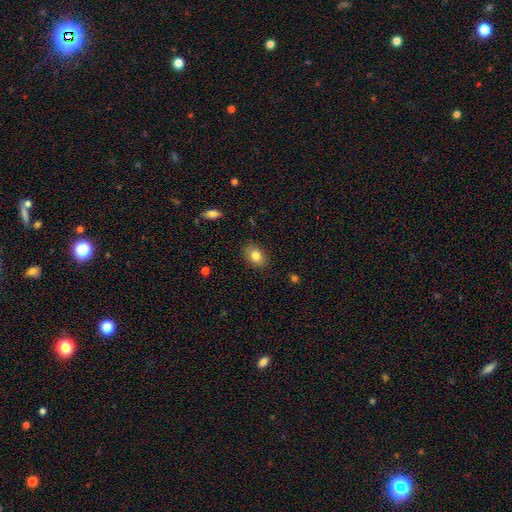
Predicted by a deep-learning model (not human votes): The model was most divided on "how rounded": in between: 76%, round: 23%, cigar-shaped: 1%. More confident: merging — none (87%); smooth or featured — smooth (83%).